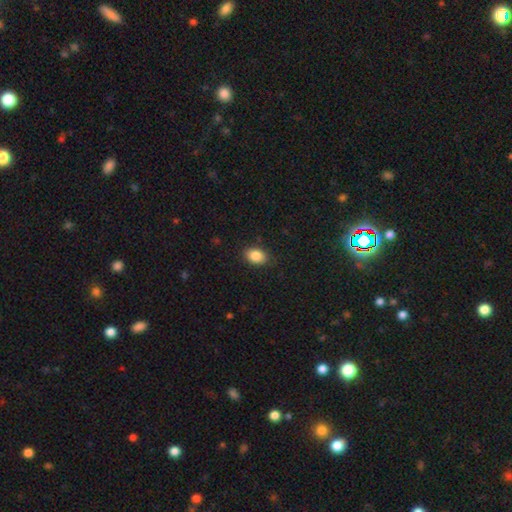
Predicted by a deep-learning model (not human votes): Smooth or featured? Predicted: smooth (p=0.86). How rounded? Predicted: in between (p=0.80). Merging? Predicted: none (p=0.87).